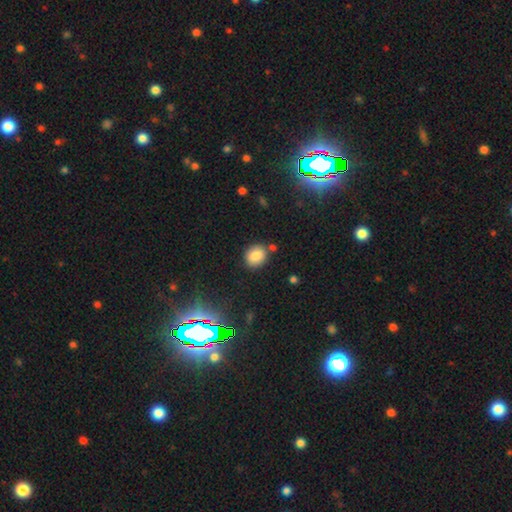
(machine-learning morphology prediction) The model was most divided on "how rounded": round: 59%, in between: 40%, cigar-shaped: 1%. More confident: smooth or featured — smooth (84%); merging — none (80%).